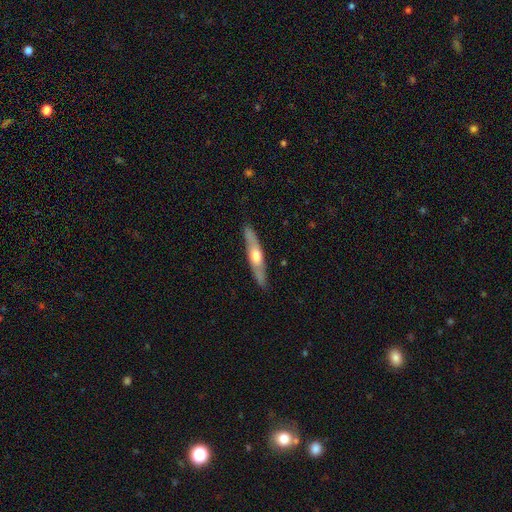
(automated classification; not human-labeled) Q: Smooth or featured?
A: featured or disk (54%); runner-up: smooth (41%)
Q: Edge-on disk?
A: yes (85%); runner-up: no (15%)
Q: Merging?
A: none (88%); runner-up: minor disturbance (9%)